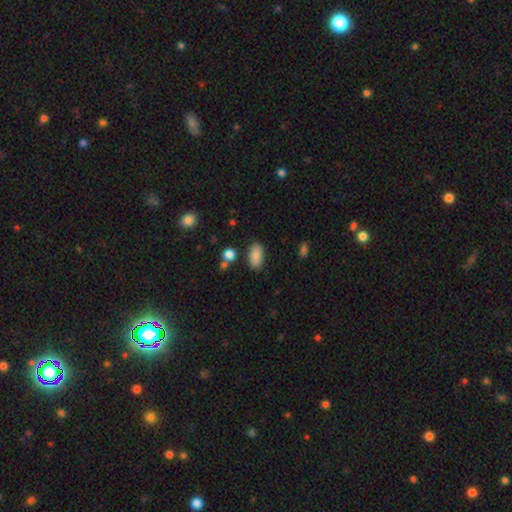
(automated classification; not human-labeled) Smooth or featured? Predicted: smooth (p=0.84). How rounded? Predicted: in between (p=0.92). Merging? Predicted: none (p=0.81).